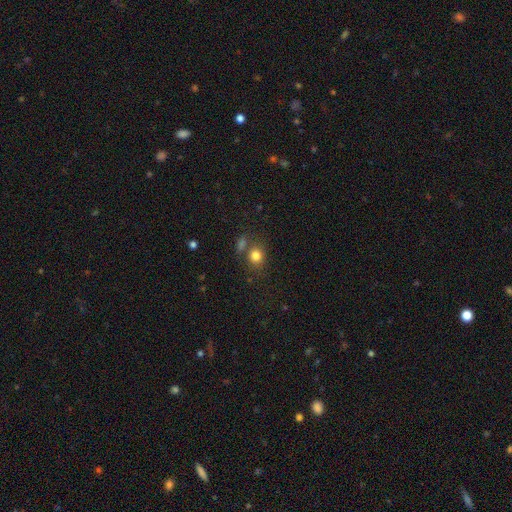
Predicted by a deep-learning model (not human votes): Q: Smooth or featured?
A: smooth (81%); runner-up: star or artifact (12%)
Q: How rounded?
A: round (75%); runner-up: in between (24%)
Q: Merging?
A: none (66%); runner-up: merger (17%)